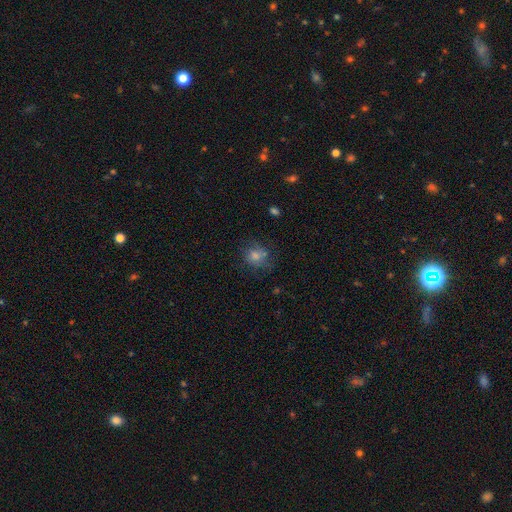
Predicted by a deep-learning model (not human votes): Overall: smooth (62%). How rounded: round (78%). Merging: none (66%).